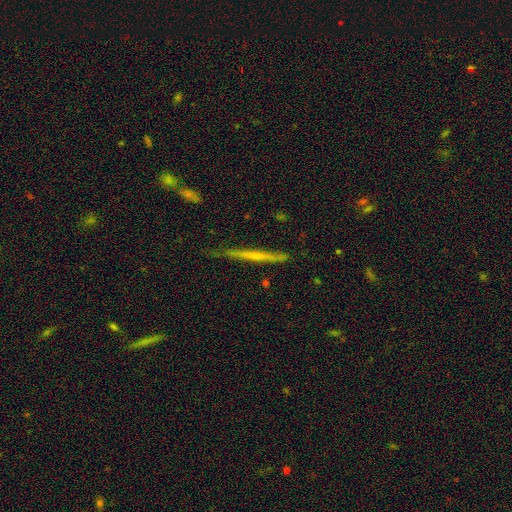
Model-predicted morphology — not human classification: smooth_or_featured: featured or disk (p=0.58) [alt: smooth p=0.36]
disk_edge_on: yes (p=0.97) [alt: no p=0.03]
edge_on_bulge: none (p=0.71) [alt: rounded p=0.23]
merging: none (p=0.80) [alt: minor disturbance p=0.15]